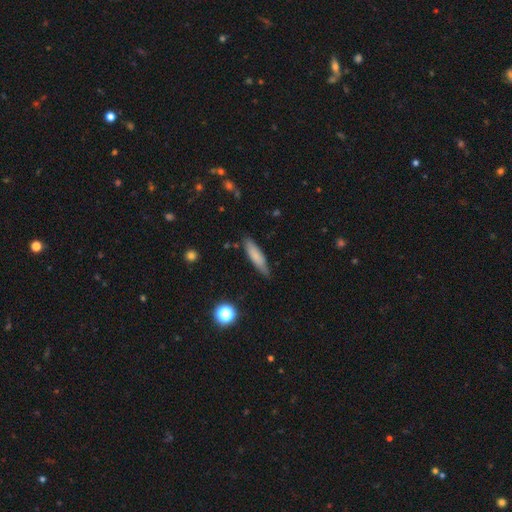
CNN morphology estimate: Smooth or featured? smooth (76%)
How rounded? cigar-shaped (72%)
Merging? none (79%)